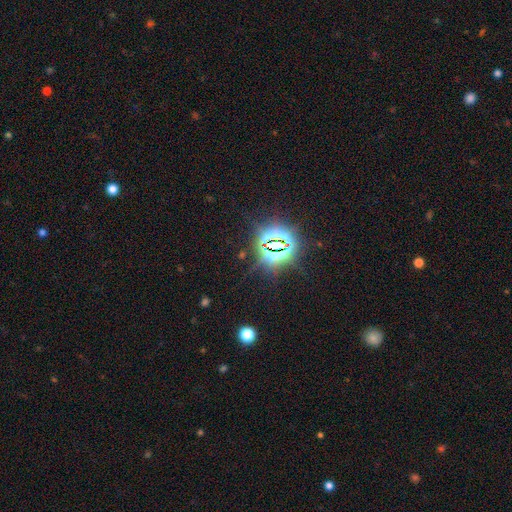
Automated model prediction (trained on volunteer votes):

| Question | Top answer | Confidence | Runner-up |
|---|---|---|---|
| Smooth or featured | star or artifact | 83% | smooth (11%) |